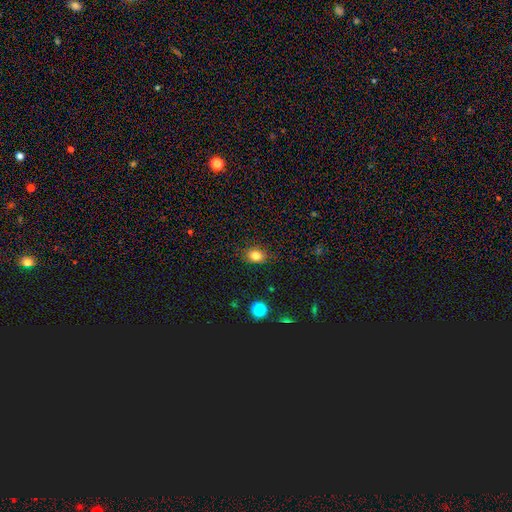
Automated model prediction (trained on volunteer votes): smooth_or_featured: smooth (p=0.82) [alt: star or artifact p=0.11]
how_rounded: in between (p=0.51) [alt: round p=0.47]
merging: none (p=0.84) [alt: minor disturbance p=0.12]